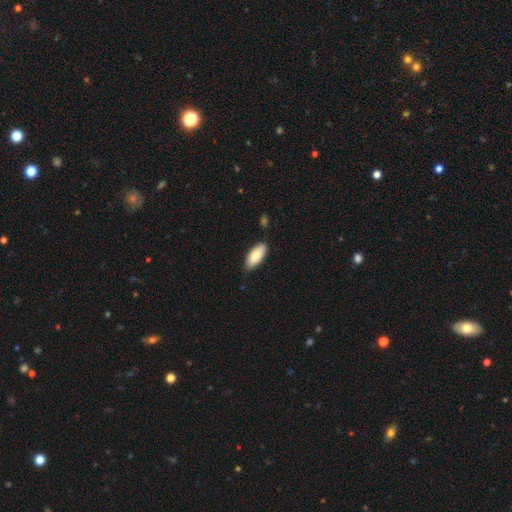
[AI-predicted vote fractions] A smooth galaxy with no disk features (81%) that is in between round and cigar-shaped (87%). Merging: none (82%).